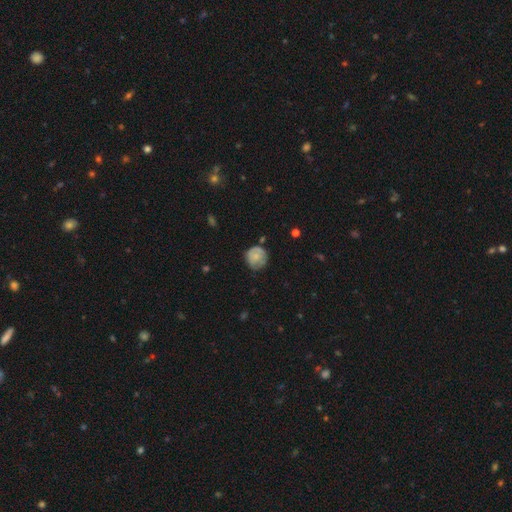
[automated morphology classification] Smooth or featured?
  - smooth: 61% *
  - featured or disk: 32%
  - star or artifact: 7%
How rounded?
  - round: 85% *
  - in between: 14%
  - cigar-shaped: 1%
Merging?
  - none: 61% *
  - minor disturbance: 29%
  - major disturbance: 7%
  - merger: 2%